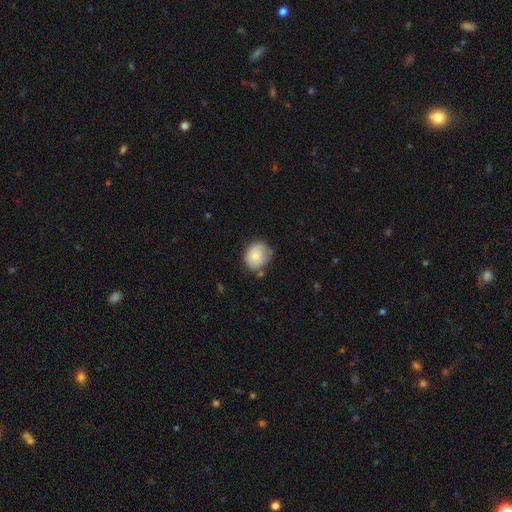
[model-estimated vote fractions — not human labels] Smooth or featured?
  - smooth: 78% *
  - featured or disk: 15%
  - star or artifact: 7%
How rounded?
  - round: 65% *
  - in between: 34%
  - cigar-shaped: 1%
Merging?
  - none: 58% *
  - minor disturbance: 29%
  - major disturbance: 8%
  - merger: 5%